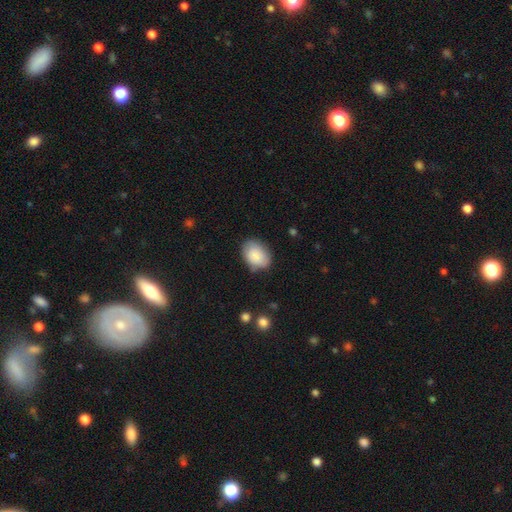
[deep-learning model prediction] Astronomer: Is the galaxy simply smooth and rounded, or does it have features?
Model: smooth — 86%.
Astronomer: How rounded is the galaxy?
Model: in between — 76%.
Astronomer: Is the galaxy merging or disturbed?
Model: none — 75%.